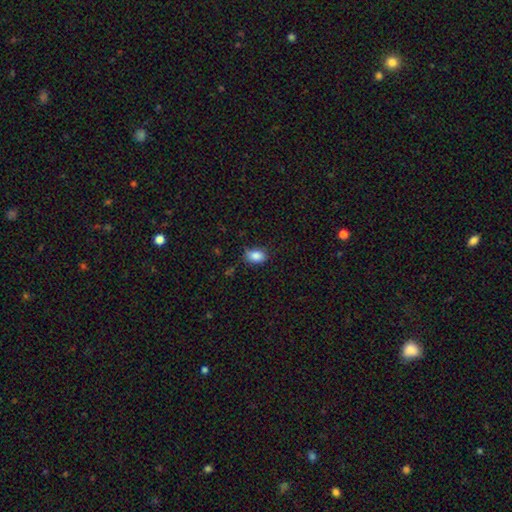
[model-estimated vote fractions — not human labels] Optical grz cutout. It shows a smooth galaxy with no disk features (86%) that is in between round and cigar-shaped (82%). Merging: none (69%).